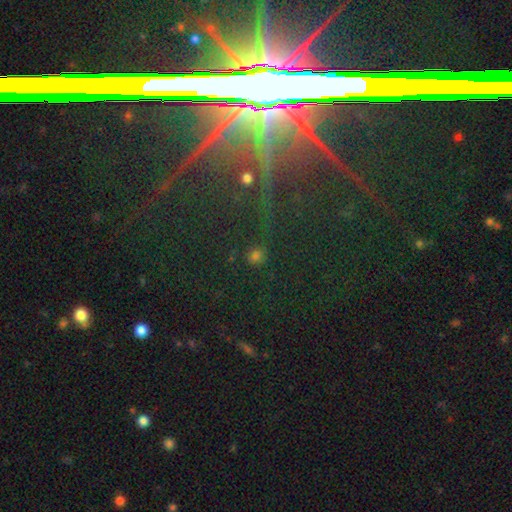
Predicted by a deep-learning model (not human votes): star or artifact 46%, smooth 45%, featured or disk 10%.